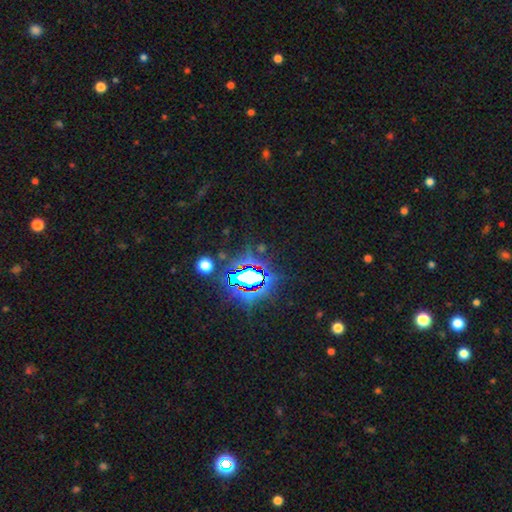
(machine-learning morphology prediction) smooth-or-featured: star or artifact: 81% | smooth: 10% | featured or disk: 8%